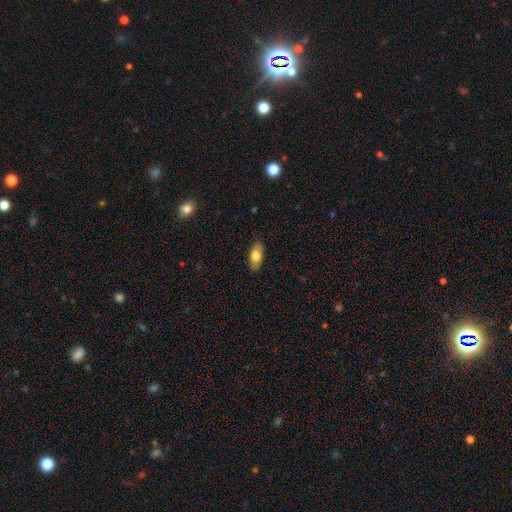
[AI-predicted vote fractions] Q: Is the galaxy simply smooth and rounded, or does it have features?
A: smooth — 78%.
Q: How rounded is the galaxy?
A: in between — 89%.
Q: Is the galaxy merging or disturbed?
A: none — 87%.